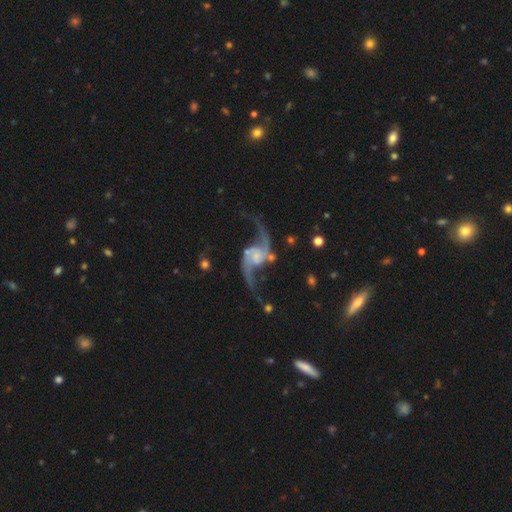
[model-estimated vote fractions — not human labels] Overall: featured or disk (92%). Edge-on disk: no (98%). Bar: no (55%; weak 35%). Spiral arms: yes (98%). Spiral arm count: 2 (95%). Spiral winding: loose (86%). Bulge size: small (38%; none 33%). Merging: none (62%).